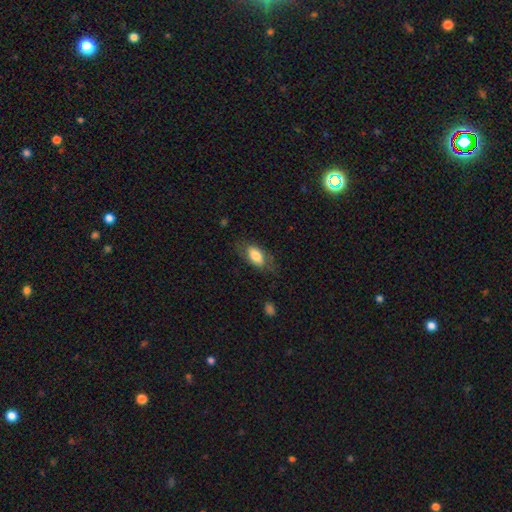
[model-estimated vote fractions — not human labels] Overall: smooth (73%). How rounded: in between (88%). Merging: none (67%).